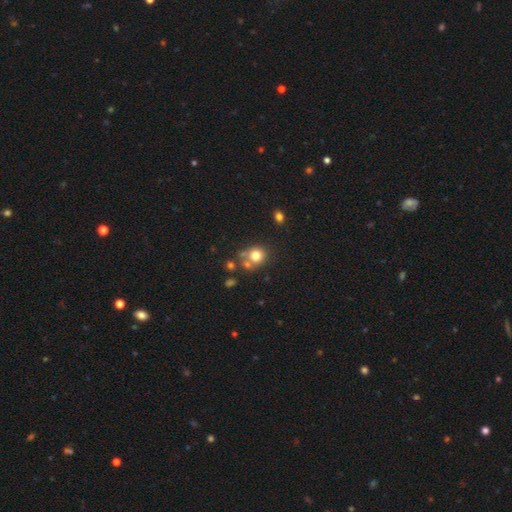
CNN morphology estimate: smooth 76%, star or artifact 12%, featured or disk 12%. Down the decision tree: how rounded — round (81%); merging — none (55%).